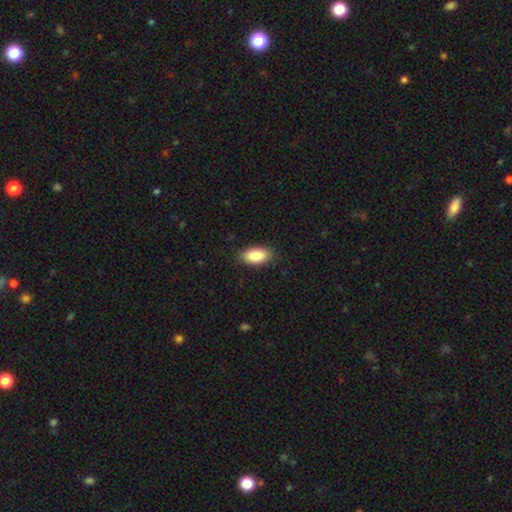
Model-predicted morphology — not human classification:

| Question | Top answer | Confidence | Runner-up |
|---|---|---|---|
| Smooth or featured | smooth | 88% | star or artifact (7%) |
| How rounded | in between | 93% | cigar-shaped (4%) |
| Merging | none | 87% | minor disturbance (10%) |